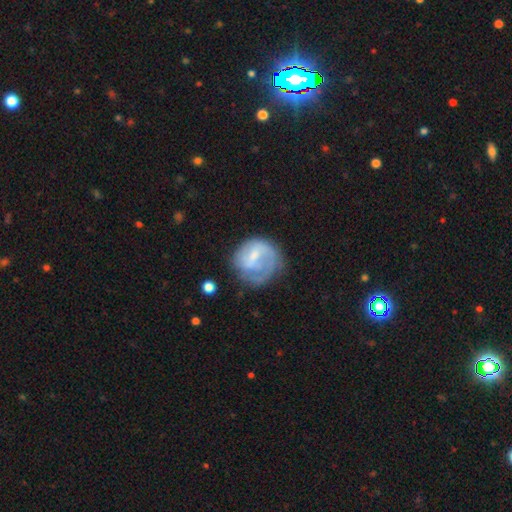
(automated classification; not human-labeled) featured or disk 54%, smooth 39%, star or artifact 7%. Down the decision tree: edge-on disk — no (98%); bar — weak (50%); spiral arms — yes (61%); bulge size — small (44%); merging — none (46%).